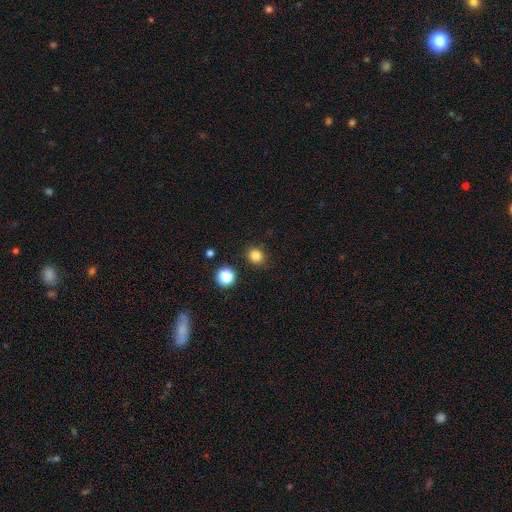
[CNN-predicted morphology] This is clearly a smooth galaxy (82%). How rounded: likely round (76%). Merging: clearly none (87%).